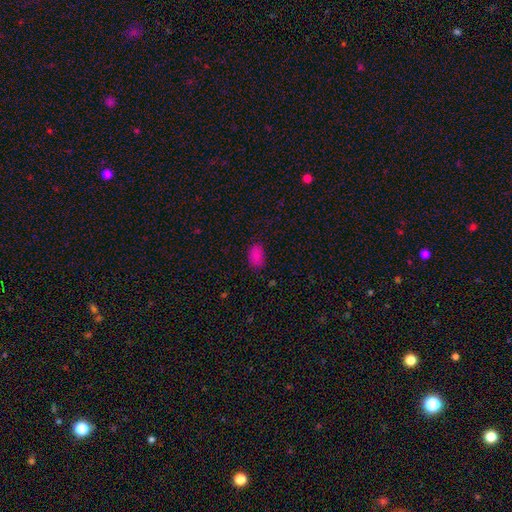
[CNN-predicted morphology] The model was most divided on "merging": none: 79%, minor disturbance: 16%, major disturbance: 3%, merger: 1%. More confident: how rounded — in between (91%); smooth or featured — smooth (84%).